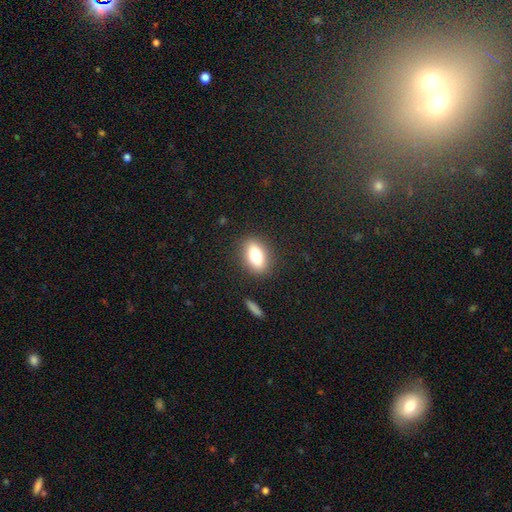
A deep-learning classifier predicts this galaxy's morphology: A smooth galaxy with no disk features (76%) that is in between round and cigar-shaped (80%). Merging: none (86%).